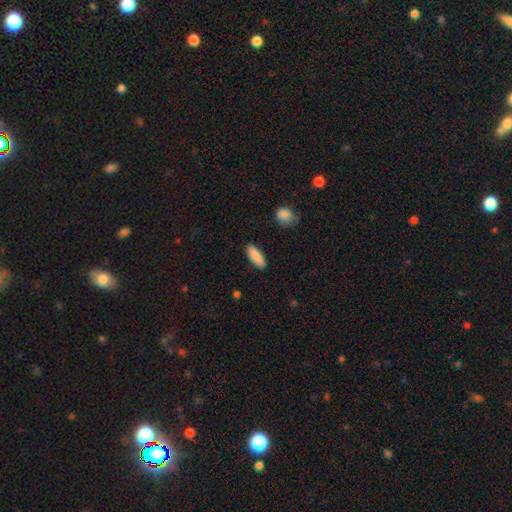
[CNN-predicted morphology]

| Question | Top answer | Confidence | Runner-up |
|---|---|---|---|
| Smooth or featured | smooth | 87% | featured or disk (8%) |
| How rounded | in between | 68% | cigar-shaped (30%) |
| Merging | none | 87% | minor disturbance (9%) |